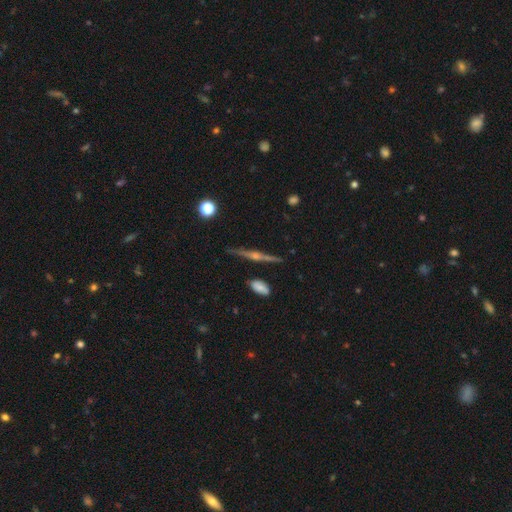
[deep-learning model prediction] featured or disk 80%, smooth 12%, star or artifact 8%. Down the decision tree: edge-on disk — yes (97%); edge-on bulge — rounded (88%); merging — none (88%).